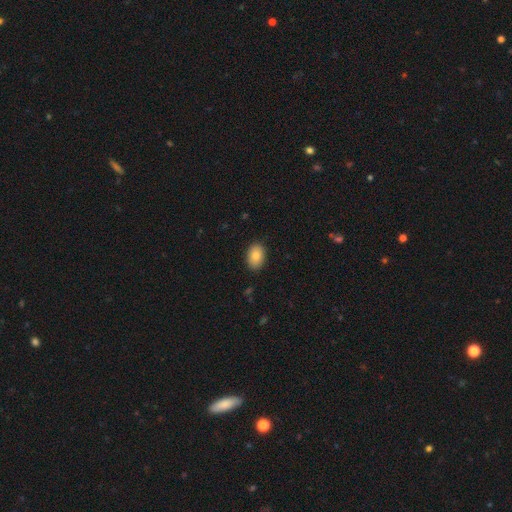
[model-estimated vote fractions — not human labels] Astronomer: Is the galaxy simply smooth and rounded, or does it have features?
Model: smooth — 85%.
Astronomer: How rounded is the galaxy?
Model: in between — 83%.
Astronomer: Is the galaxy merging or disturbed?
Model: none — 88%.